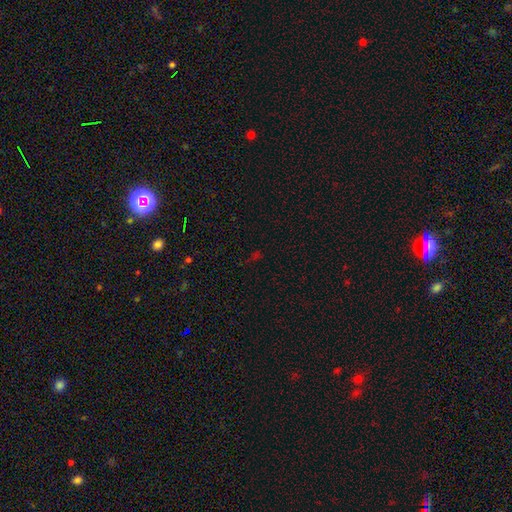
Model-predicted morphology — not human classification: A star or artifact, not a galaxy (64%).

Vote fractions:
- Smooth or featured? star or artifact: 64% / smooth: 28% / featured or disk: 9%